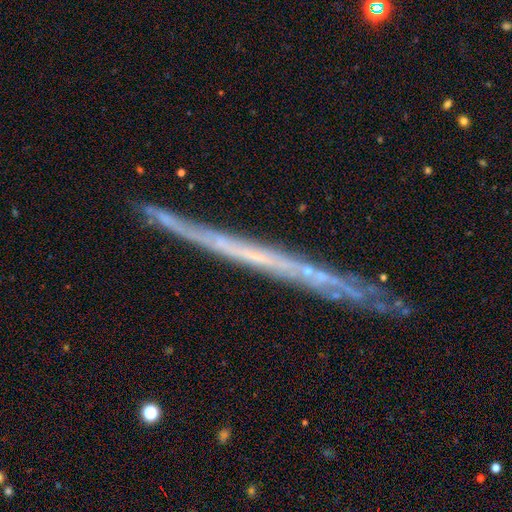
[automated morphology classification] type=featured or disk (66%); edge-on=yes (96%); edge-on bulge=none (91%); merging=none (87%).